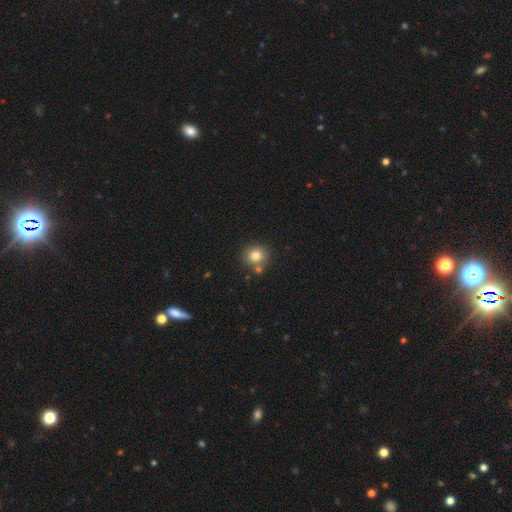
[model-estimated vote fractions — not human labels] Morphology: type=smooth (81%); roundness=round (84%); merging=none (69%).